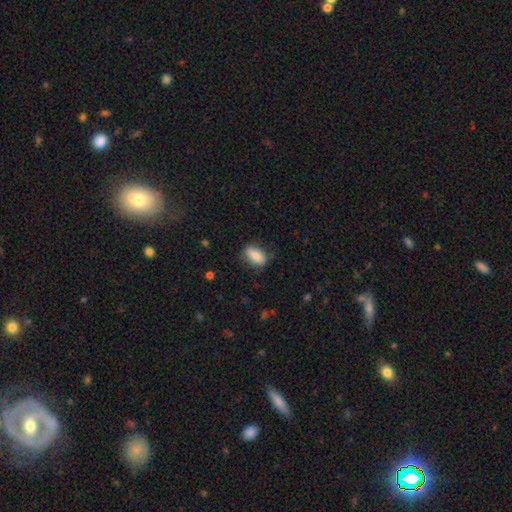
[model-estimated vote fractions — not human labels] Overall: smooth (81%). How rounded: in between (85%). Merging: none (80%).